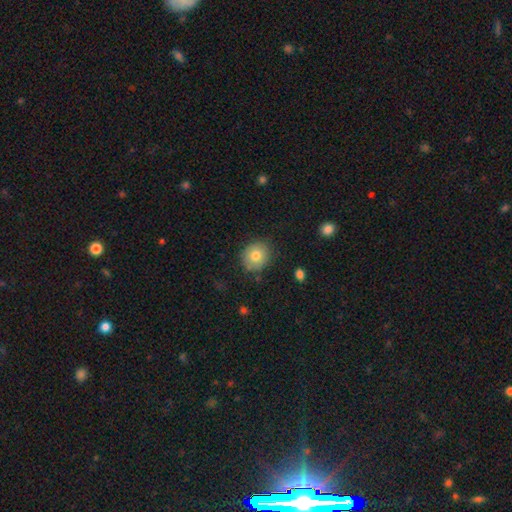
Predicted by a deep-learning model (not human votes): Overall: smooth (78%). How rounded: round (73%). Merging: none (84%).